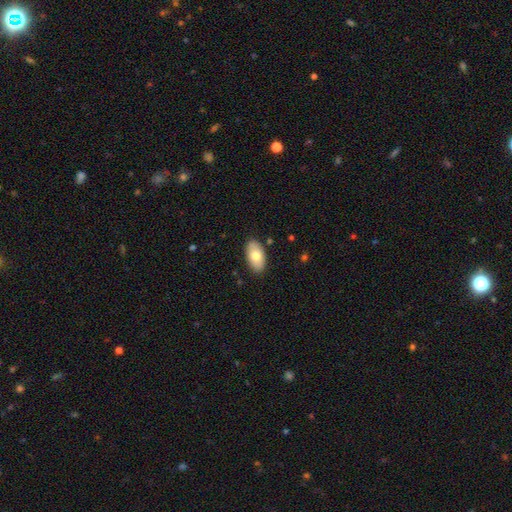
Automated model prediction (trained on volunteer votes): A smooth galaxy with no disk features (74%) that is in between round and cigar-shaped (95%).

Vote fractions:
- Smooth or featured? smooth: 74% / featured or disk: 20% / star or artifact: 6%
- How rounded? in between: 95% / round: 3% / cigar-shaped: 2%
- Merging? none: 86% / minor disturbance: 10% / major disturbance: 2% / merger: 1%